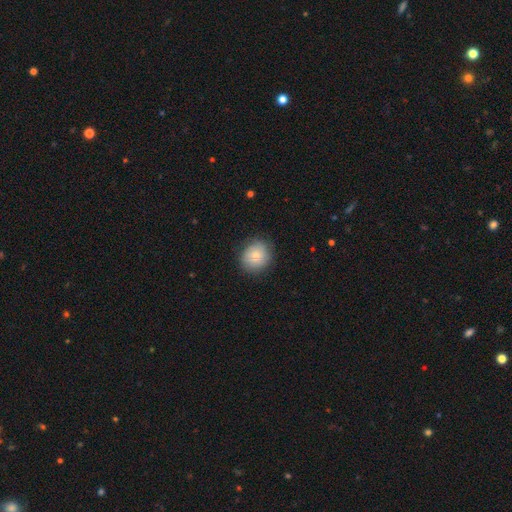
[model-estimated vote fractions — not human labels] A smooth galaxy with no disk features (82%) that is round (74%).

Vote fractions:
- Smooth or featured? smooth: 82% / featured or disk: 11% / star or artifact: 7%
- How rounded? round: 74% / in between: 25% / cigar-shaped: 1%
- Merging? none: 83% / minor disturbance: 13% / major disturbance: 3% / merger: 1%